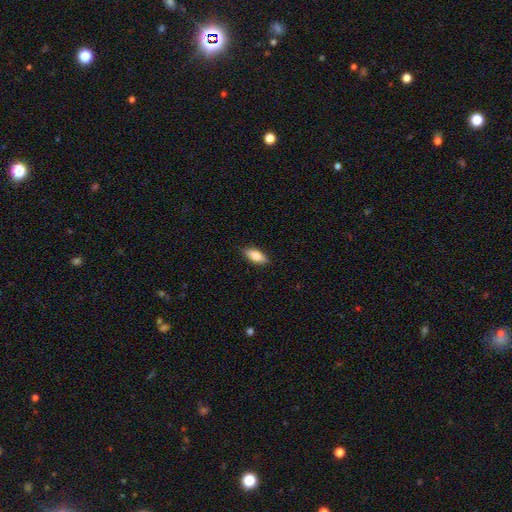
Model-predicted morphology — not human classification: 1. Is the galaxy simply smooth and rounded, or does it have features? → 80% smooth, 14% featured or disk, 6% star or artifact.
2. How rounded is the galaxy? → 81% in between, 17% cigar-shaped, 3% round.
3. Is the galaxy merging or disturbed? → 87% none, 10% minor disturbance, 2% major disturbance, 1% merger.